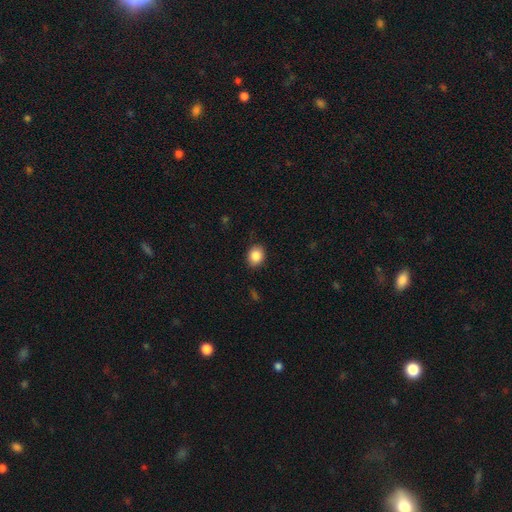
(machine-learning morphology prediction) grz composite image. It shows a smooth galaxy with no disk features (86%) that is round (56%). Merging: none (87%).